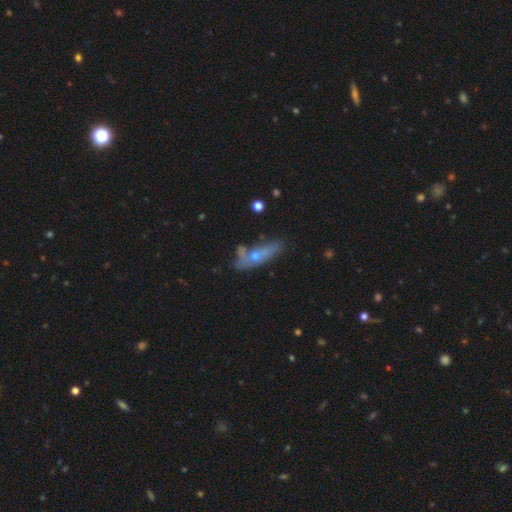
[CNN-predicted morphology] Smooth or featured? featured or disk (48%)
Merging? none (47%)